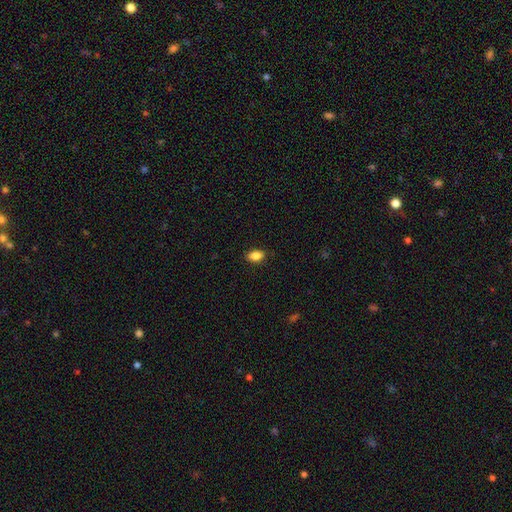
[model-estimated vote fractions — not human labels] A smooth galaxy with no disk features (87%) that is in between round and cigar-shaped (87%).

Vote fractions:
- Smooth or featured? smooth: 87% / star or artifact: 8% / featured or disk: 5%
- How rounded? in between: 87% / round: 10% / cigar-shaped: 3%
- Merging? none: 87% / minor disturbance: 10% / major disturbance: 2% / merger: 1%